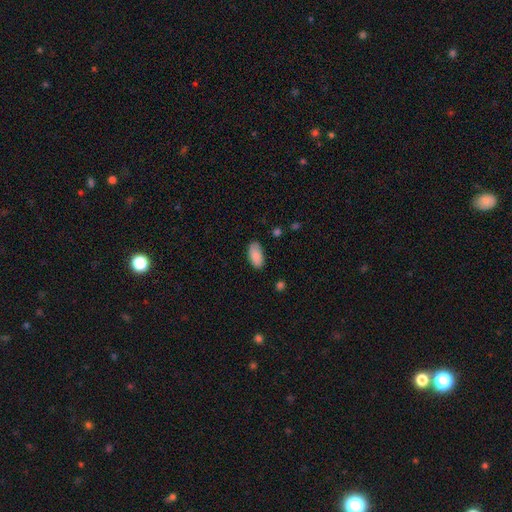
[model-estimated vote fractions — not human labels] Overall: smooth (86%). How rounded: in between (94%). Merging: none (79%).